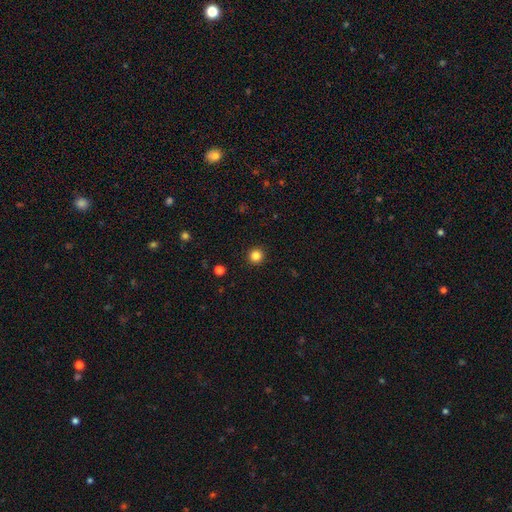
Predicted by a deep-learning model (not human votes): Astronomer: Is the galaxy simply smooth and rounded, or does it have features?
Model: smooth — 85%.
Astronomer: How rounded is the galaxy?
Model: round — 95%.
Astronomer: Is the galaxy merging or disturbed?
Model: none — 93%.